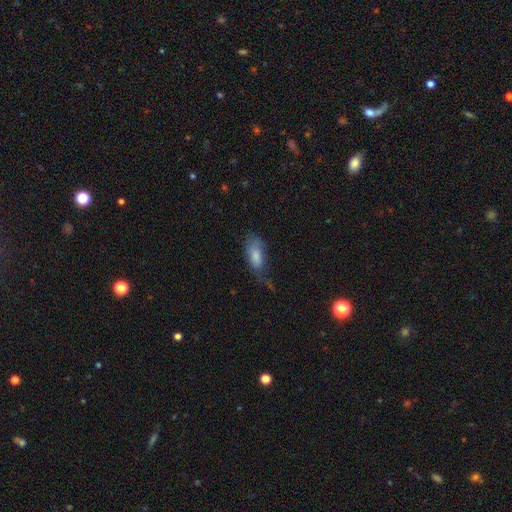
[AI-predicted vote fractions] Q: Smooth or featured?
A: smooth (80%); runner-up: featured or disk (12%)
Q: How rounded?
A: in between (87%); runner-up: cigar-shaped (10%)
Q: Merging?
A: none (40%); runner-up: minor disturbance (33%)